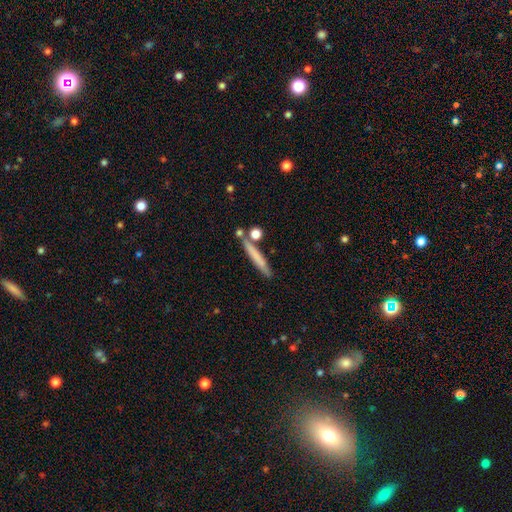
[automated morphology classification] smooth_or_featured: smooth (p=0.67) [alt: featured or disk p=0.27]
how_rounded: cigar-shaped (p=0.93) [alt: in between p=0.04]
merging: none (p=0.77) [alt: minor disturbance p=0.11]